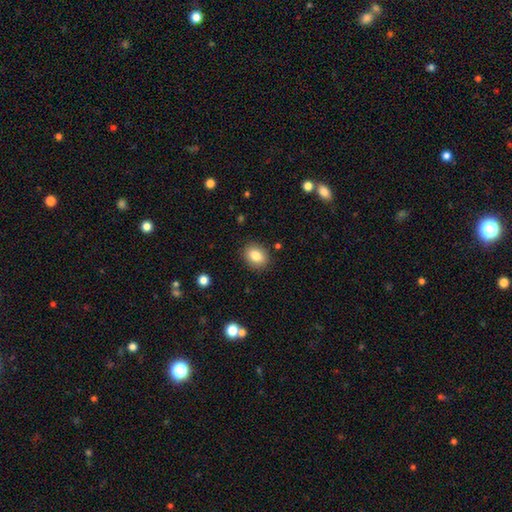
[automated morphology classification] smooth 83%, star or artifact 9%, featured or disk 8%. Down the decision tree: how rounded — in between (55%); merging — none (88%).